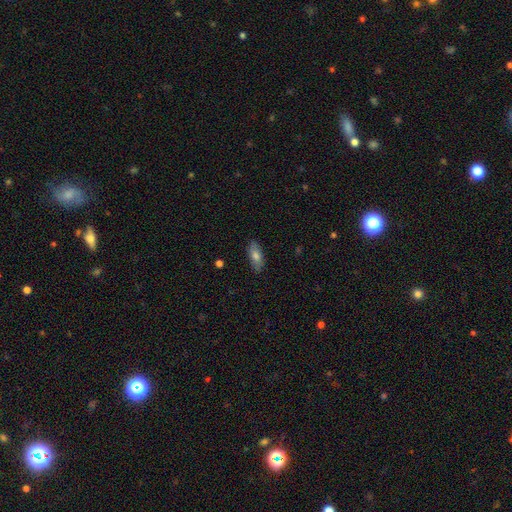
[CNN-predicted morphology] This is likely a smooth galaxy (75%). How rounded: likely in between (78%). Merging: clearly none (85%).